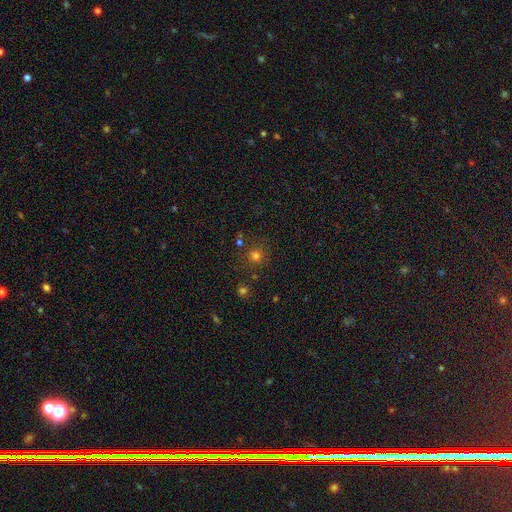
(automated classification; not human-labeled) Overall: smooth (71%). How rounded: round (89%). Merging: none (76%).